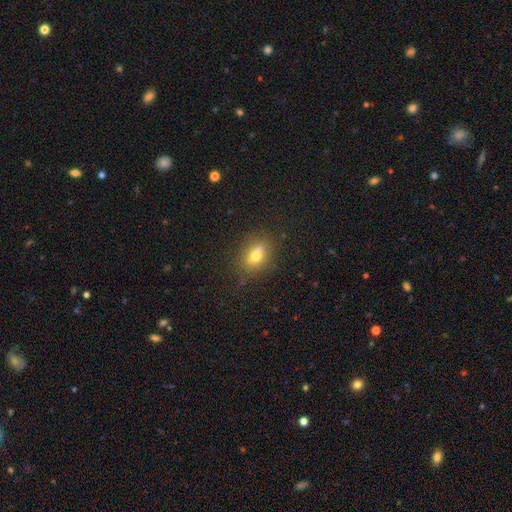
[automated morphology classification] smooth 63%, featured or disk 24%, star or artifact 13%. Down the decision tree: how rounded — in between (67%); merging — none (71%).